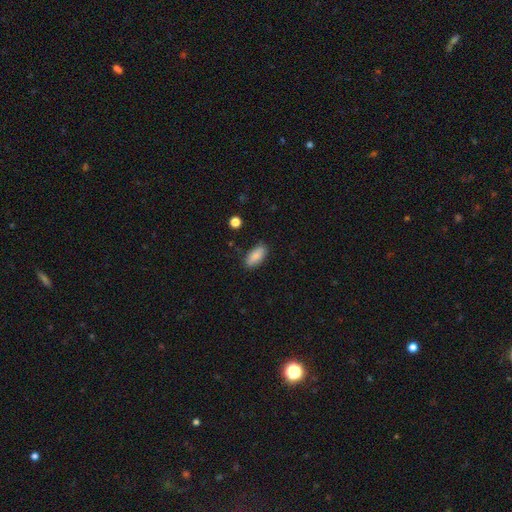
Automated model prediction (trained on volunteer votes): Smooth or featured? Predicted: smooth (p=0.82). How rounded? Predicted: in between (p=0.88). Merging? Predicted: none (p=0.82).